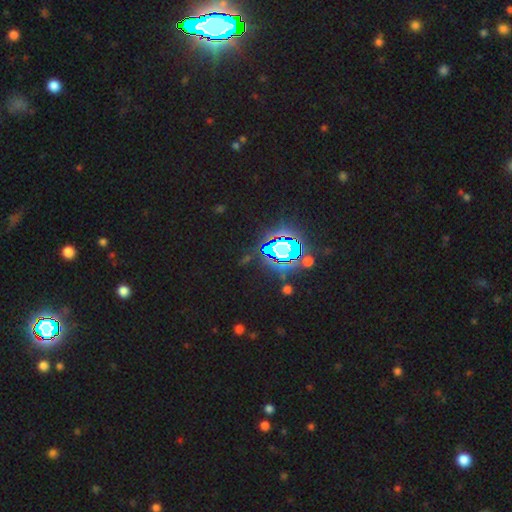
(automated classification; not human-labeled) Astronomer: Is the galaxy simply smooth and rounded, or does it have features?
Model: star or artifact — 83%.